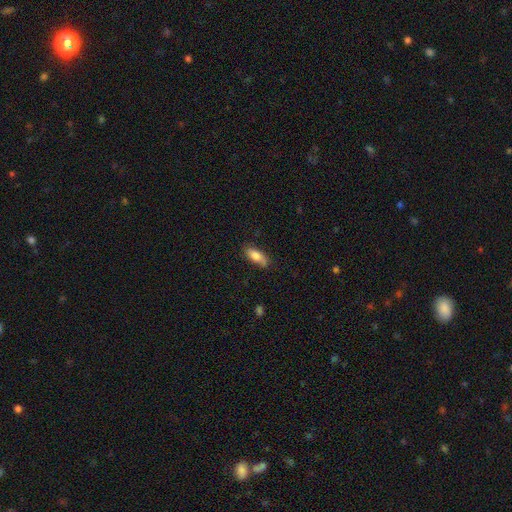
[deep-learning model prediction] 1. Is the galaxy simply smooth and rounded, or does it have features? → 80% smooth, 13% featured or disk, 7% star or artifact.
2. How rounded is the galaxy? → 75% in between, 23% cigar-shaped, 2% round.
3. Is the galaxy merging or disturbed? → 74% none, 20% minor disturbance, 4% major disturbance, 2% merger.